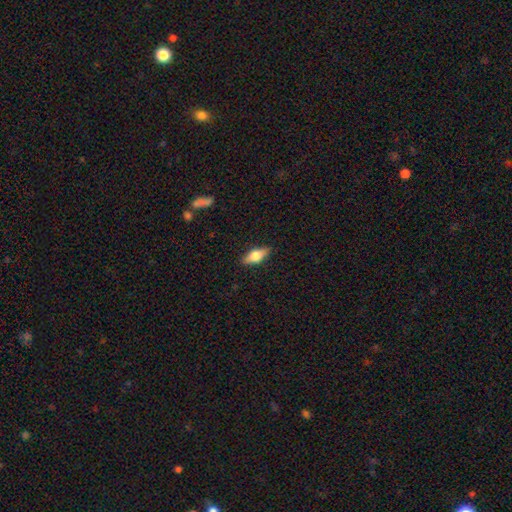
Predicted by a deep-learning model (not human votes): Smooth or featured? Predicted: smooth (p=0.61). How rounded? Predicted: in between (p=0.75). Merging? Predicted: none (p=0.87).